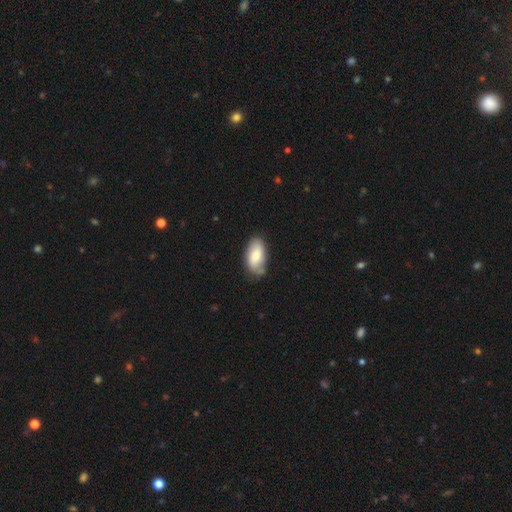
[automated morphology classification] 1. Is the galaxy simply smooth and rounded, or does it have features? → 71% smooth, 23% featured or disk, 6% star or artifact.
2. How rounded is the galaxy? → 94% in between, 3% round, 3% cigar-shaped.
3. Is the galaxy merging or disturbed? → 66% none, 26% minor disturbance, 6% major disturbance, 2% merger.